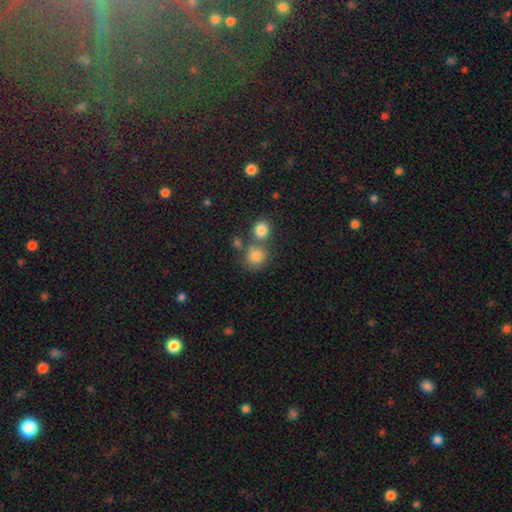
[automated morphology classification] A smooth galaxy with no disk features (81%) that is round (85%). Merging: none (57%).